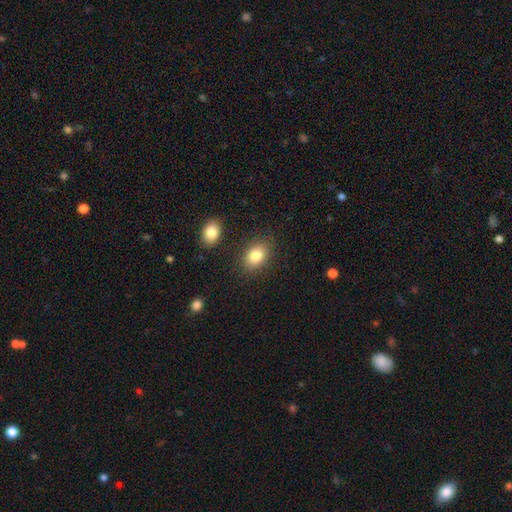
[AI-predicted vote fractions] Smooth or featured? Predicted: smooth (p=0.83). How rounded? Predicted: in between (p=0.78). Merging? Predicted: none (p=0.82).